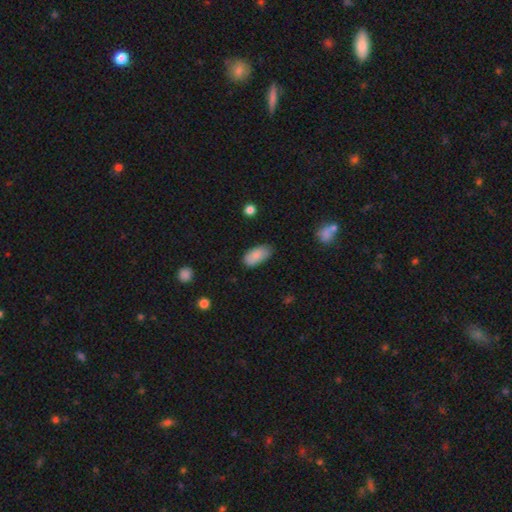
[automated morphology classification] smooth 85%, featured or disk 8%, star or artifact 7%. Down the decision tree: how rounded — in between (93%); merging — none (75%).